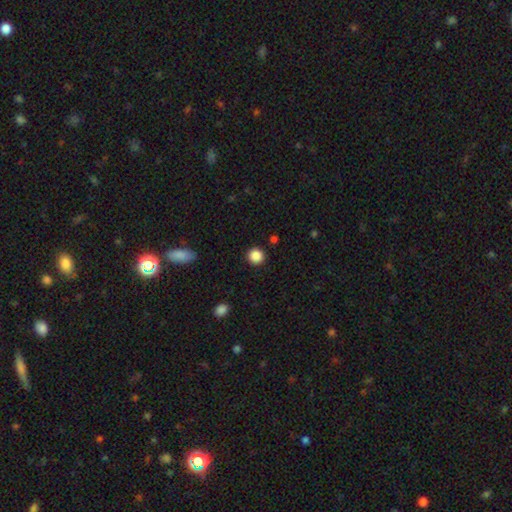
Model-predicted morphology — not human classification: Smooth or featured? smooth (87%)
How rounded? round (94%)
Merging? none (92%)